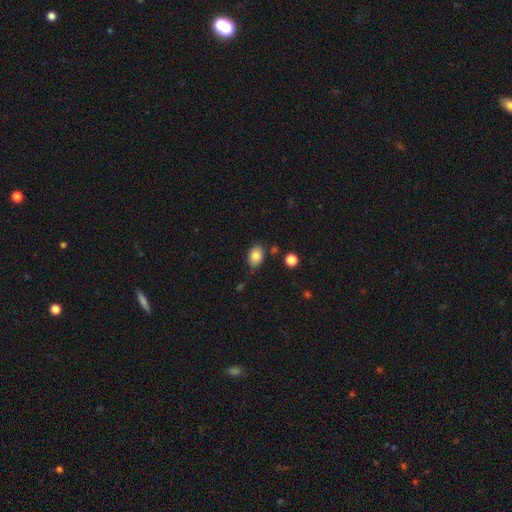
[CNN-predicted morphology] The model was most divided on "merging": none: 78%, minor disturbance: 15%, merger: 4%, major disturbance: 3%. More confident: smooth or featured — smooth (84%); how rounded — in between (81%).